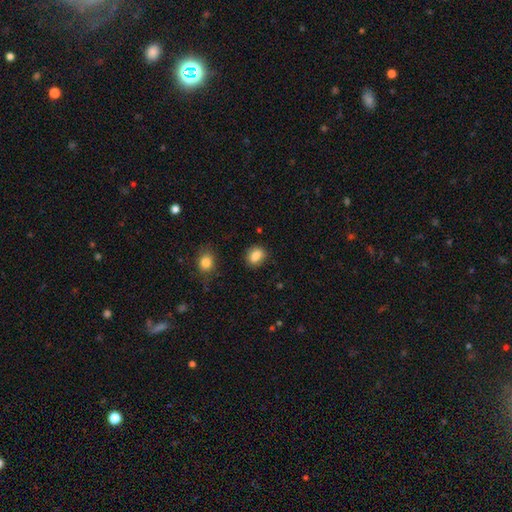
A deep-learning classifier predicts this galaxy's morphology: Smooth or featured? smooth (84%)
How rounded? in between (57%)
Merging? none (85%)